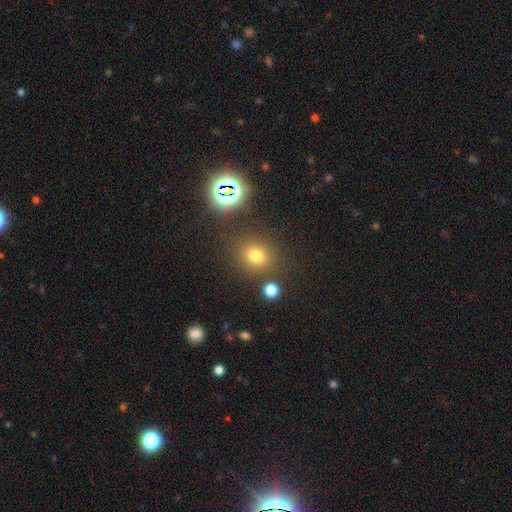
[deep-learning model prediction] This appears to be a smooth galaxy with no disk features (69%) that is round (79%). Merging: none (82%).